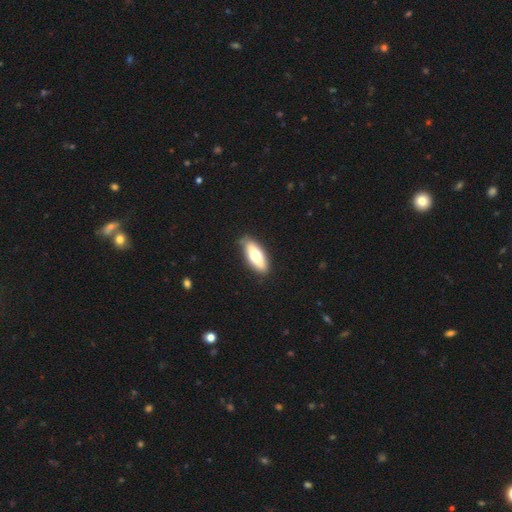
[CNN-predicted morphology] Q: Smooth or featured?
A: smooth (65%); runner-up: featured or disk (29%)
Q: How rounded?
A: in between (71%); runner-up: cigar-shaped (27%)
Q: Merging?
A: none (85%); runner-up: minor disturbance (11%)